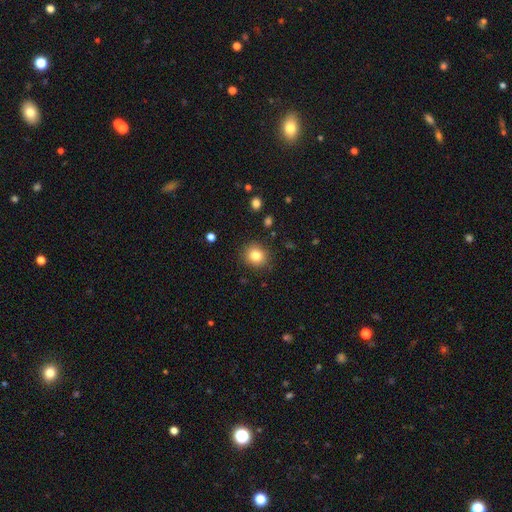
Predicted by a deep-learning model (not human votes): This appears to be a smooth galaxy with no disk features (82%) that is round (85%). Merging: none (88%).